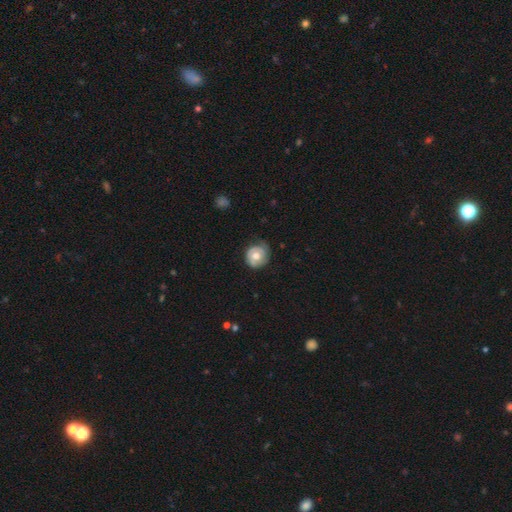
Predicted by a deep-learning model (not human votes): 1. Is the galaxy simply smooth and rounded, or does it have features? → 47% smooth, 46% featured or disk, 7% star or artifact.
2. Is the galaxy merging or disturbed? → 63% none, 27% minor disturbance, 8% major disturbance, 1% merger.